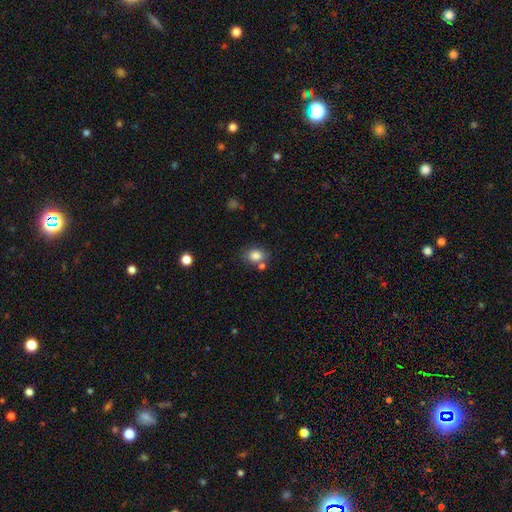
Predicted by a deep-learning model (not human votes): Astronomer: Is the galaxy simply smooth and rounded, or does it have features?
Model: smooth — 83%.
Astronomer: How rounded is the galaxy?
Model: in between — 52% (runner-up: round, 47%).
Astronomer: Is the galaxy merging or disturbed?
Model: none — 66%.